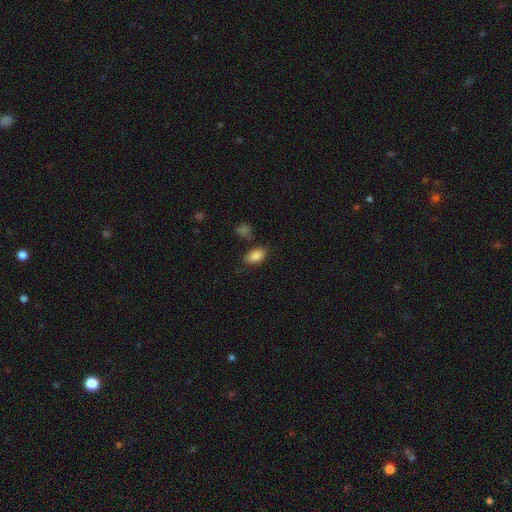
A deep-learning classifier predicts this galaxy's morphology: smooth-or-featured: smooth: 86% | star or artifact: 8% | featured or disk: 6%
  how-rounded: in between: 92% | round: 5% | cigar-shaped: 3%
  merging: none: 73% | minor disturbance: 17% | merger: 6% | major disturbance: 4%